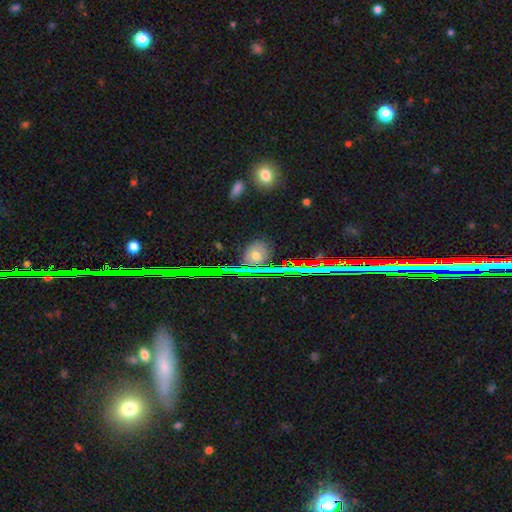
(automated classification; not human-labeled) Smooth or featured: smooth — 52% (star or artifact — 34%)
How rounded: round — 61% (in between — 37%)
Merging: none — 81% (minor disturbance — 12%)